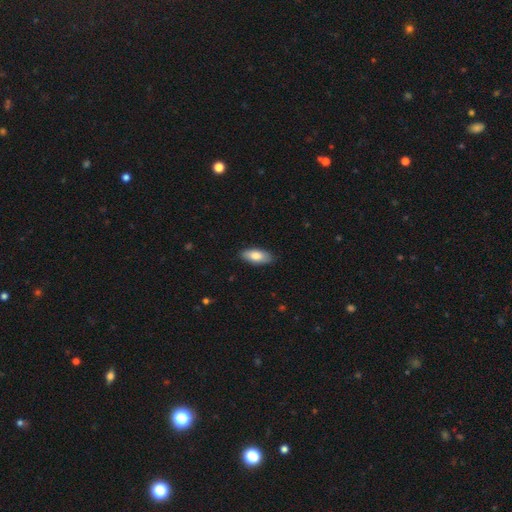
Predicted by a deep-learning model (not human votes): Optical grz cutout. It shows a smooth galaxy with no disk features (82%) that is in between round and cigar-shaped (85%). Merging: none (87%).